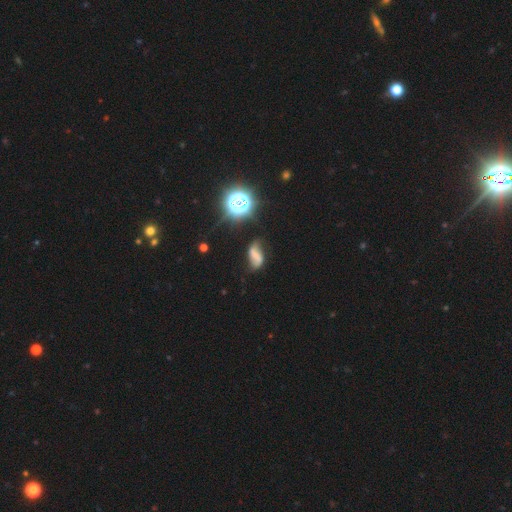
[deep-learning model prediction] Smooth or featured?
  - featured or disk: 44% *
  - smooth: 38%
  - star or artifact: 18%
Merging?
  - none: 49% *
  - minor disturbance: 27%
  - major disturbance: 16%
  - merger: 8%